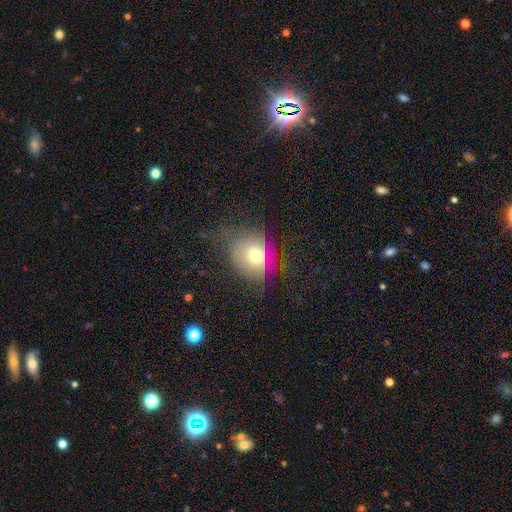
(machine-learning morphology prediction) A smooth galaxy with no disk features (65%) that is round (62%). Merging: none (57%).